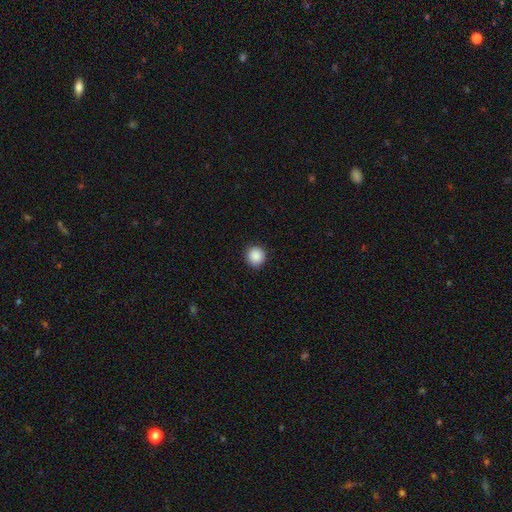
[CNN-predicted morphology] A smooth galaxy with no disk features (89%) that is round (92%). Merging: none (91%).